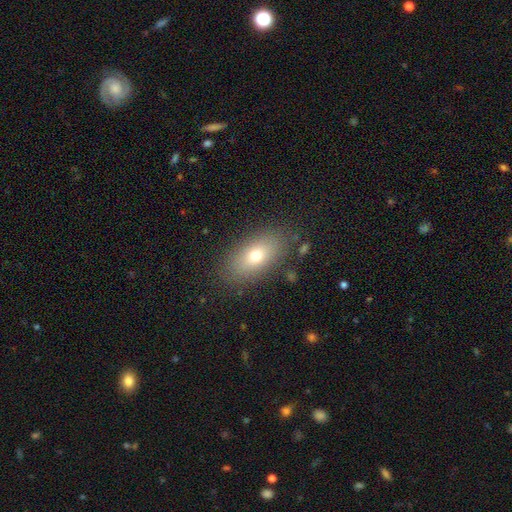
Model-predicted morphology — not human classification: smooth_or_featured: smooth (p=0.70) [alt: featured or disk p=0.20]
how_rounded: in between (p=0.84) [alt: cigar-shaped p=0.08]
merging: none (p=0.84) [alt: minor disturbance p=0.10]